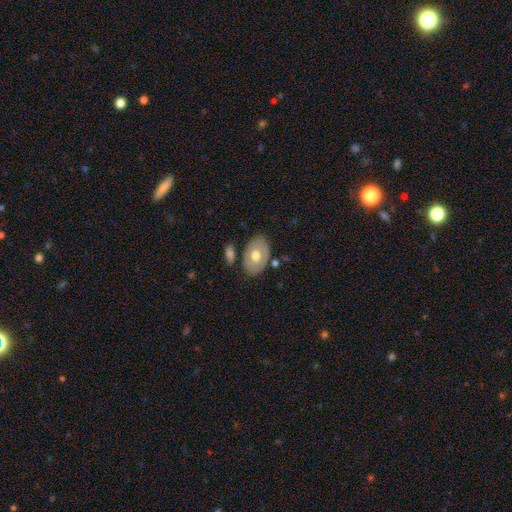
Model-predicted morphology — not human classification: smooth 56%, featured or disk 39%, star or artifact 6%. Down the decision tree: how rounded — in between (86%); merging — none (76%).